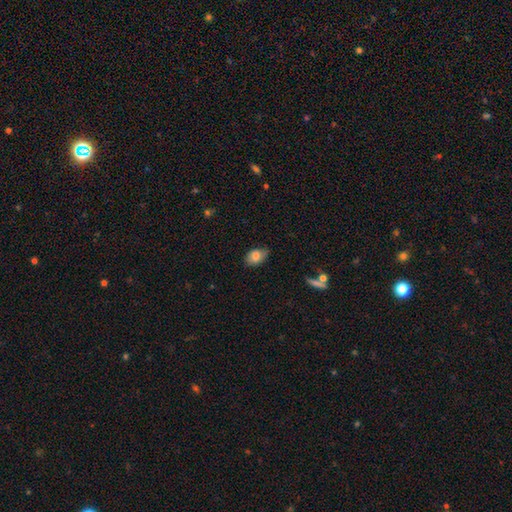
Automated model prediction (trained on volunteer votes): Q: Smooth or featured?
A: smooth (80%); runner-up: featured or disk (12%)
Q: How rounded?
A: in between (85%); runner-up: round (13%)
Q: Merging?
A: none (69%); runner-up: minor disturbance (25%)